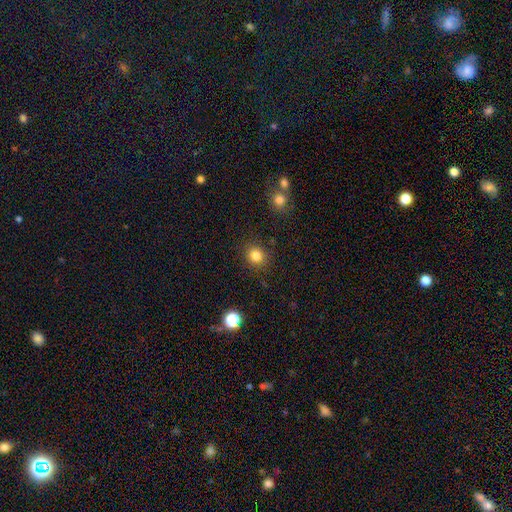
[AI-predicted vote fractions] smooth 82%, star or artifact 12%, featured or disk 5%. Down the decision tree: how rounded — round (82%); merging — none (87%).